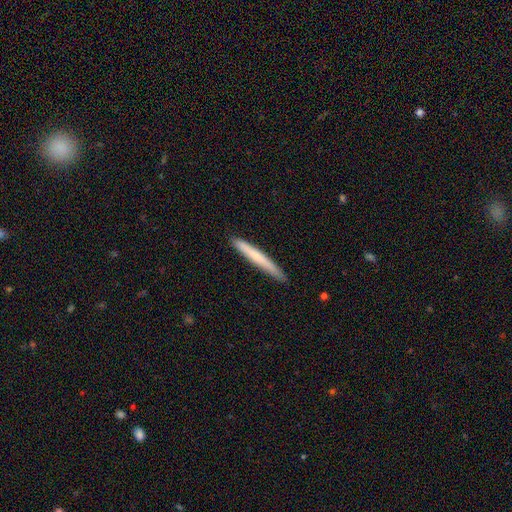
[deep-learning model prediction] This is likely a smooth galaxy (65%). How rounded: clearly cigar-shaped (97%). Merging: clearly none (89%).